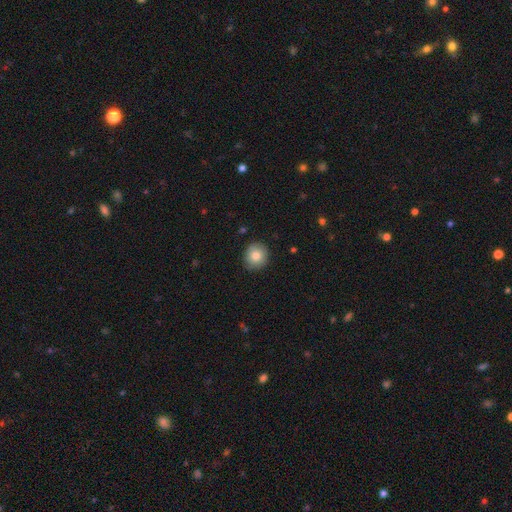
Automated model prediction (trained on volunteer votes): Smooth or featured: smooth — 82% (featured or disk — 10%)
How rounded: round — 89% (in between — 10%)
Merging: none — 86% (minor disturbance — 11%)